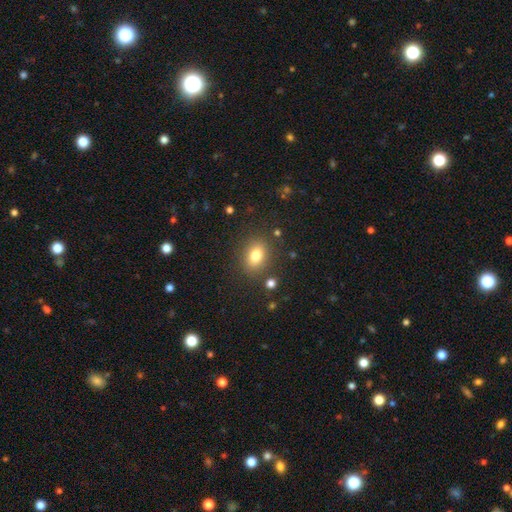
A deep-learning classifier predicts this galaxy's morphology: Smooth or featured? Predicted: smooth (p=0.79). How rounded? Predicted: in between (p=0.60). Merging? Predicted: none (p=0.83).